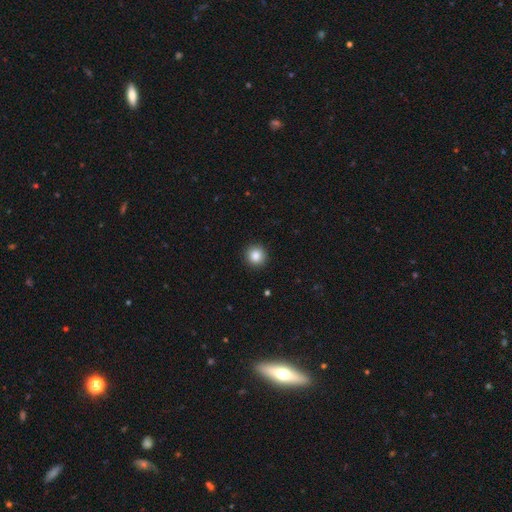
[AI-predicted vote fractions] A smooth galaxy with no disk features (86%) that is round (94%). Merging: none (93%).